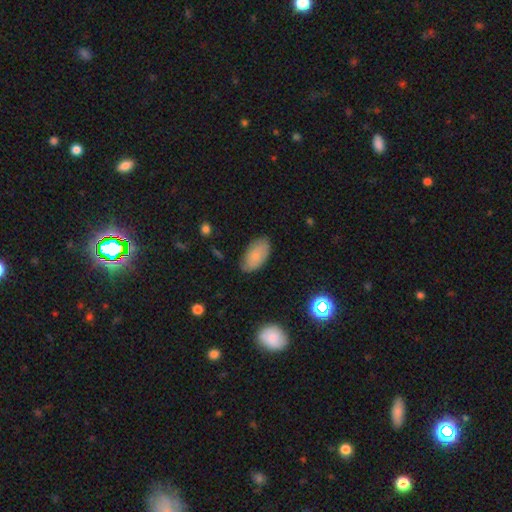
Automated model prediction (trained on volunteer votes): A smooth galaxy with no disk features (78%) that is in between round and cigar-shaped (94%).

Vote fractions:
- Smooth or featured? smooth: 78% / featured or disk: 14% / star or artifact: 8%
- How rounded? in between: 94% / round: 3% / cigar-shaped: 2%
- Merging? none: 79% / minor disturbance: 17% / major disturbance: 3% / merger: 1%